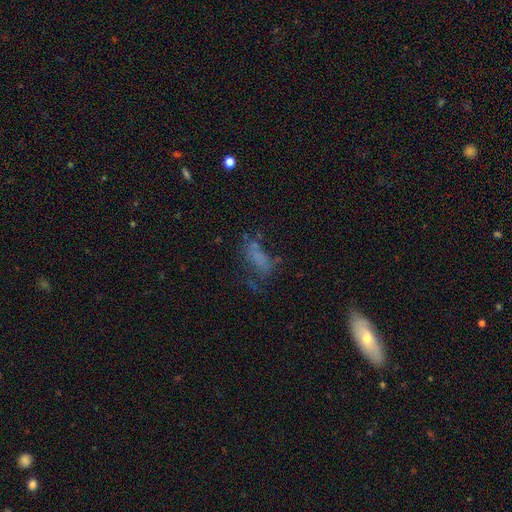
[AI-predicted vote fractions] A smooth galaxy with no disk features (47%). Merging: none (40%).